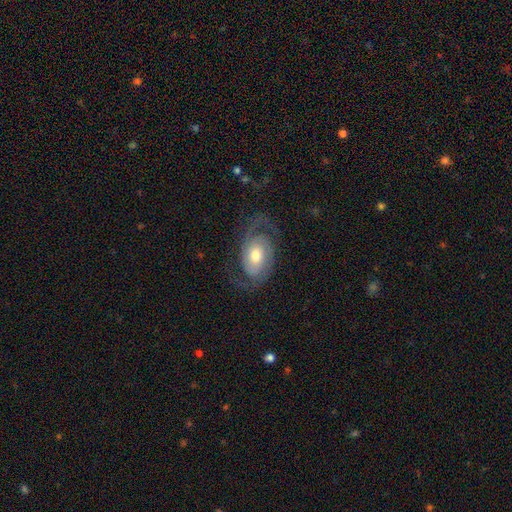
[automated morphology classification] smooth_or_featured: featured or disk (p=0.84) [alt: smooth p=0.11]
disk_edge_on: no (p=0.97) [alt: yes p=0.03]
bar: no (p=0.66) [alt: weak p=0.27]
has_spiral_arms: yes (p=0.94) [alt: no p=0.06]
spiral_winding: medium (p=0.44) [alt: tight p=0.34]
spiral_arm_count: 2 (p=0.89) [alt: can't tell p=0.04]
bulge_size: moderate (p=0.69) [alt: small p=0.18]
merging: none (p=0.73) [alt: minor disturbance p=0.14]